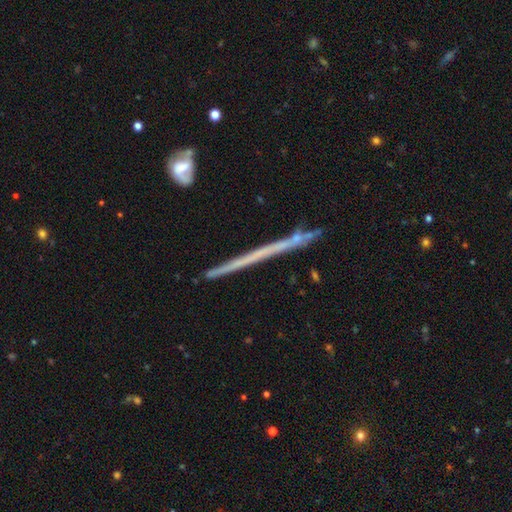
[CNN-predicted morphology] Smooth or featured: featured or disk — 60% (smooth — 32%)
Edge-on disk: yes — 97% (no — 3%)
Edge-on bulge: none — 91% (rounded — 7%)
Merging: none — 88% (minor disturbance — 9%)